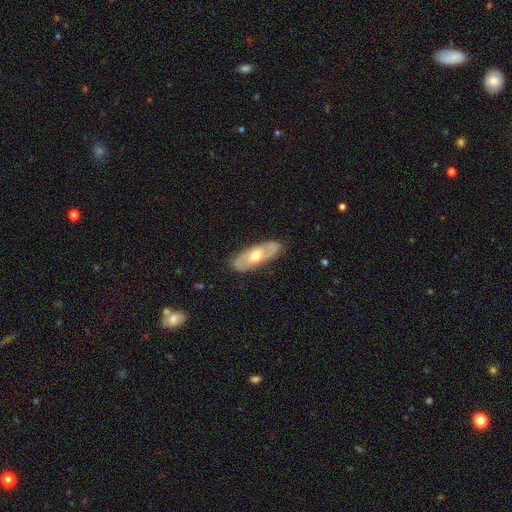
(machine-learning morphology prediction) Q: Smooth or featured?
A: featured or disk (61%); runner-up: smooth (34%)
Q: Edge-on disk?
A: no (78%); runner-up: yes (22%)
Q: Merging?
A: none (86%); runner-up: minor disturbance (11%)